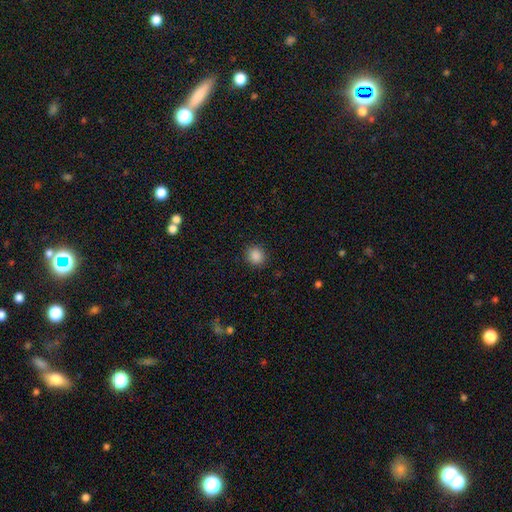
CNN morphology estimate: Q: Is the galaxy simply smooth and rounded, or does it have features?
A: smooth — 87%.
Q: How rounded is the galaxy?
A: round — 87%.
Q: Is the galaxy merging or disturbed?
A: none — 91%.